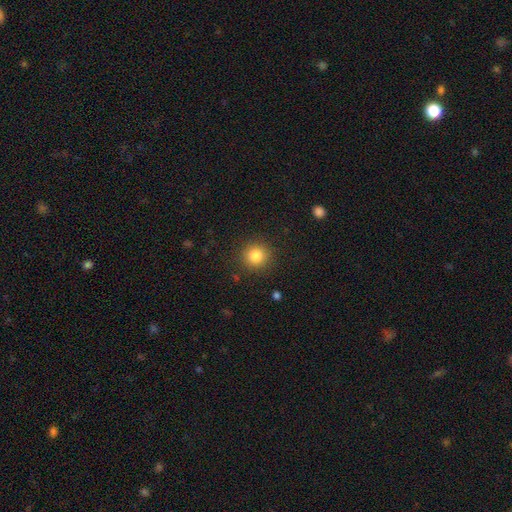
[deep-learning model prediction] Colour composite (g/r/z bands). It shows a smooth galaxy with no disk features (83%) that is round (93%). Merging: none (89%).